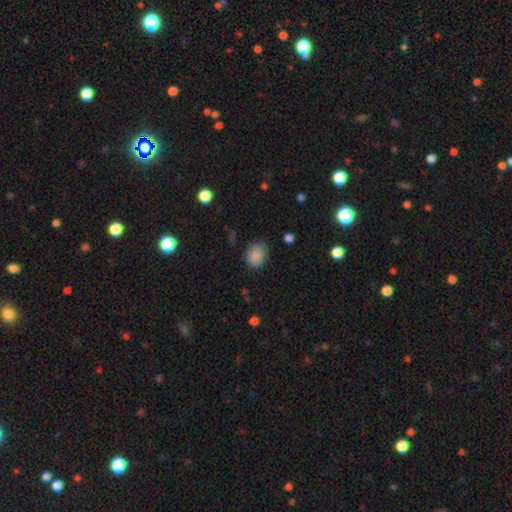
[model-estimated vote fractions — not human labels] Smooth or featured: smooth — 86% (star or artifact — 9%)
How rounded: round — 50% (in between — 49%)
Merging: none — 74% (minor disturbance — 20%)